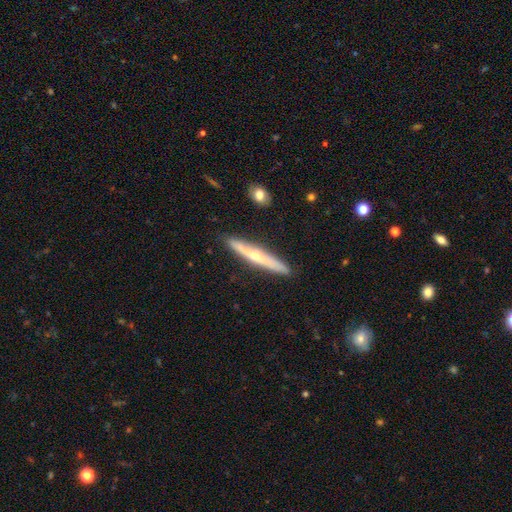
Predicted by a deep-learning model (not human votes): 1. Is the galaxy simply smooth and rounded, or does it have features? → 58% featured or disk, 36% smooth, 6% star or artifact.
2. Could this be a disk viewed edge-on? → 93% yes, 7% no.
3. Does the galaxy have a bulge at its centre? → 75% rounded, 22% none, 3% boxy.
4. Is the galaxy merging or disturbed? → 88% none, 9% minor disturbance, 2% major disturbance, 1% merger.